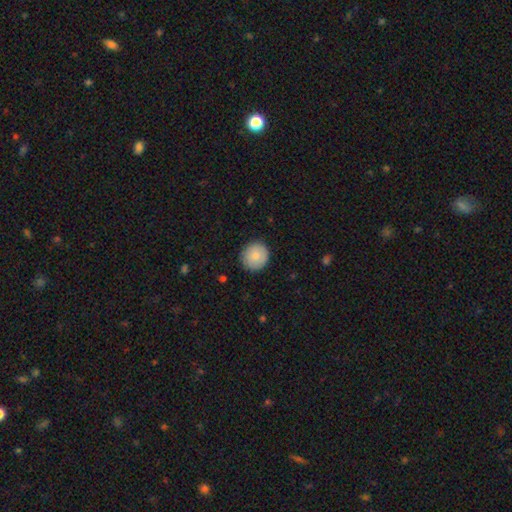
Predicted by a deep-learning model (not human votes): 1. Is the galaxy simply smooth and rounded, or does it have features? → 82% smooth, 11% featured or disk, 7% star or artifact.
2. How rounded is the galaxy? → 93% round, 6% in between, 1% cigar-shaped.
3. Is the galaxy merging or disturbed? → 90% none, 7% minor disturbance, 2% major disturbance, 1% merger.